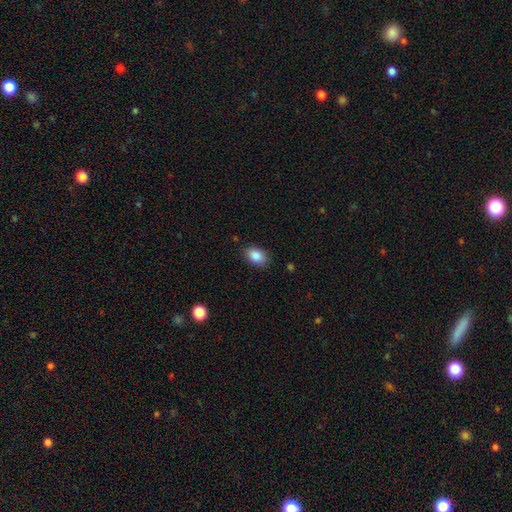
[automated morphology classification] A smooth galaxy with no disk features (87%) that is in between round and cigar-shaped (83%). Merging: none (84%).